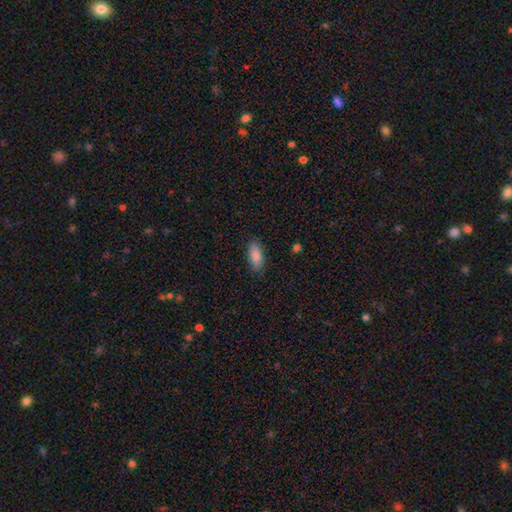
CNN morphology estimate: A smooth galaxy with no disk features (87%) that is in between round and cigar-shaped (84%).

Vote fractions:
- Smooth or featured? smooth: 87% / featured or disk: 7% / star or artifact: 7%
- How rounded? in between: 84% / cigar-shaped: 14% / round: 2%
- Merging? none: 86% / minor disturbance: 11% / major disturbance: 2% / merger: 1%